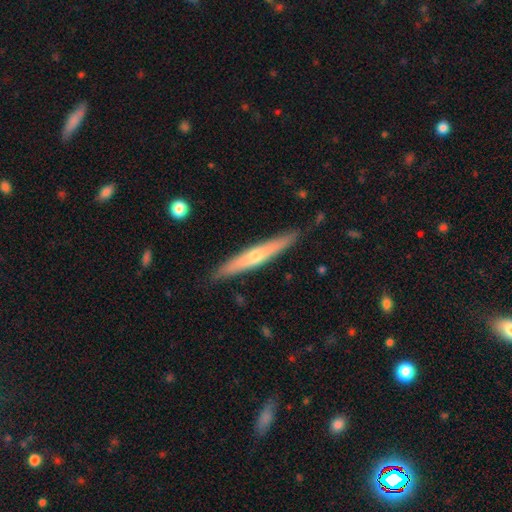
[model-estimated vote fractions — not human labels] This is possibly a featured or disk galaxy (51%). It is clearly viewed edge-on (93%). Merging: clearly none (88%).